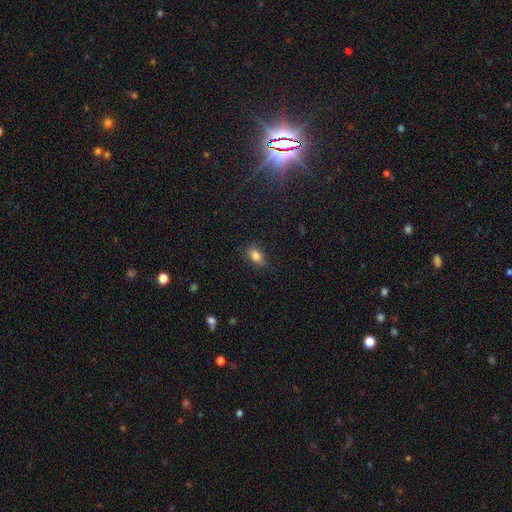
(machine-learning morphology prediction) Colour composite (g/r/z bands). It shows a smooth galaxy with no disk features (83%) that is in between round and cigar-shaped (80%). Merging: none (78%).